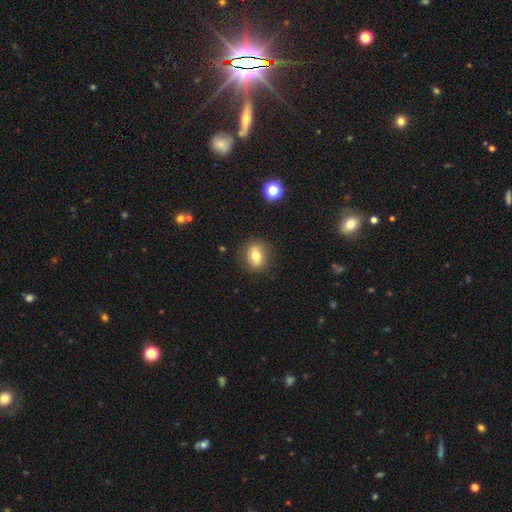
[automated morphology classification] Smooth or featured?
  - smooth: 73% *
  - featured or disk: 17%
  - star or artifact: 10%
How rounded?
  - in between: 50% *
  - round: 48%
  - cigar-shaped: 2%
Merging?
  - none: 85% *
  - minor disturbance: 11%
  - major disturbance: 3%
  - merger: 1%